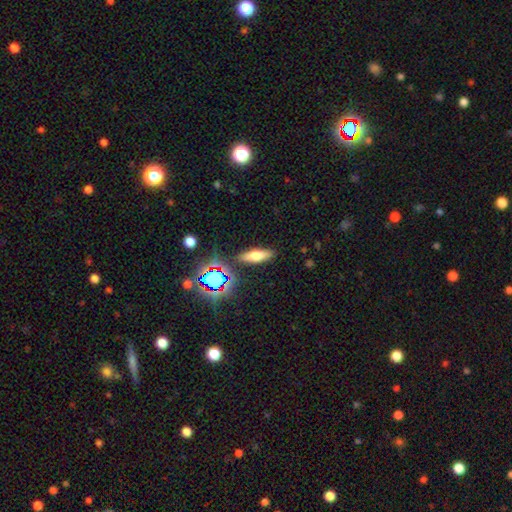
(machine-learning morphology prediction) Smooth or featured? smooth (57%)
How rounded? cigar-shaped (54%)
Merging? none (84%)